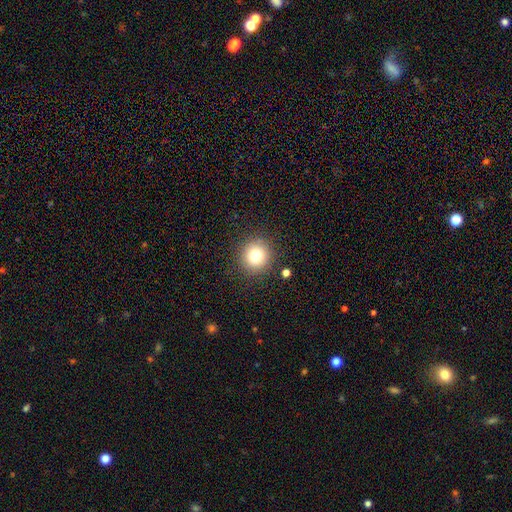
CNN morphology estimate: Smooth or featured: smooth — 77% (star or artifact — 13%)
How rounded: round — 94% (in between — 6%)
Merging: none — 88% (minor disturbance — 7%)